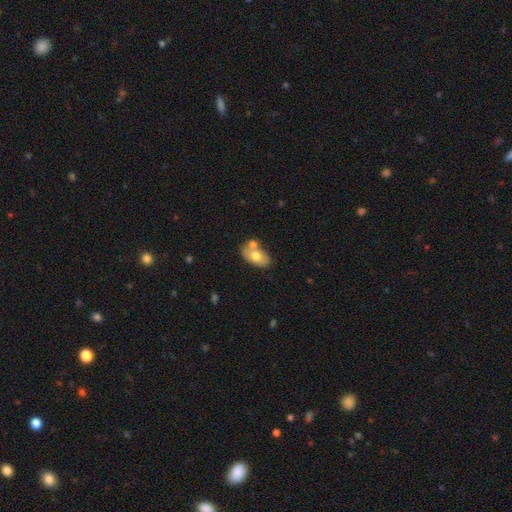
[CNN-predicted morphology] Smooth or featured: smooth — 67% (featured or disk — 27%)
How rounded: in between — 90% (round — 9%)
Merging: none — 45% (merger — 34%)